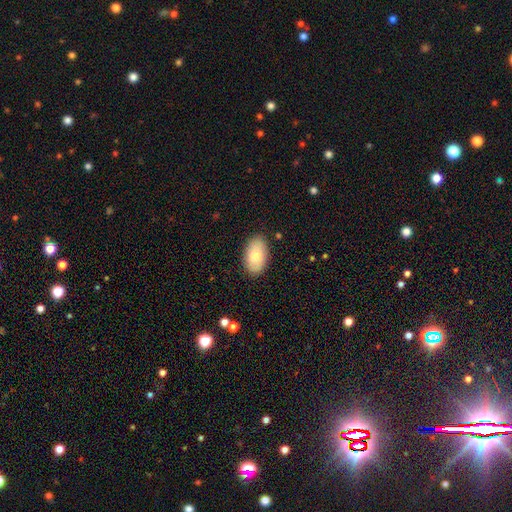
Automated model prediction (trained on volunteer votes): Smooth or featured? smooth (84%)
How rounded? in between (94%)
Merging? none (87%)